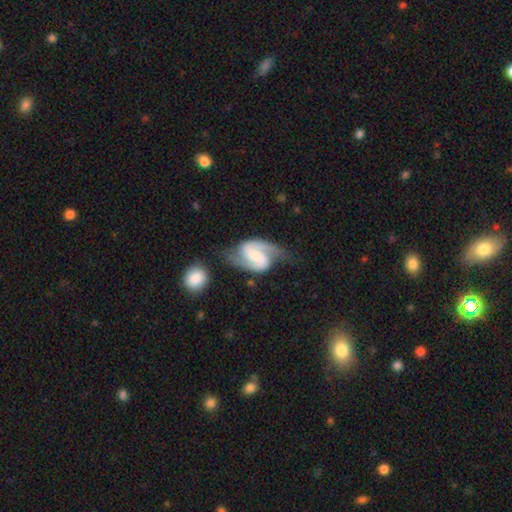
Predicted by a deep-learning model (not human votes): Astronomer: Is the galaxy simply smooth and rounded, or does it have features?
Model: featured or disk — 86%.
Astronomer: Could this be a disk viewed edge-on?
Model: no — 98%.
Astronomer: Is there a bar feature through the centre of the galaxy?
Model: weak — 42% (runner-up: strong, 30%).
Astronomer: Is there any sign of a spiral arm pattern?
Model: yes — 97%.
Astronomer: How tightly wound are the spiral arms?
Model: medium — 52% (runner-up: loose, 29%).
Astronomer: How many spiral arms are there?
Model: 2 — 93%.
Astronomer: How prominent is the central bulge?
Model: small — 33% (runner-up: none, 32%).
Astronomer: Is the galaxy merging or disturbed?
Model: none — 60%.